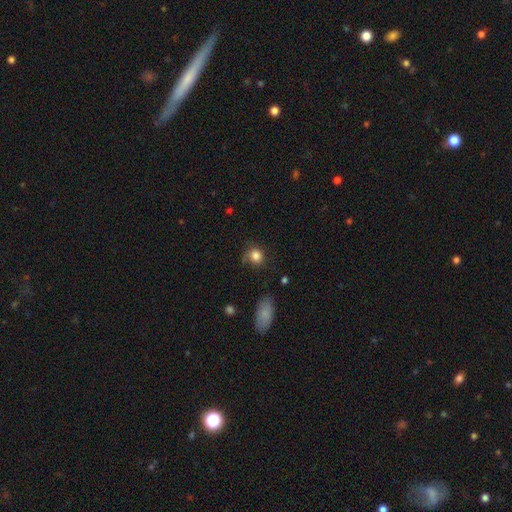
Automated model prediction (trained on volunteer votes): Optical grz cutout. It shows a smooth galaxy with no disk features (83%) that is round (78%). Merging: none (60%).